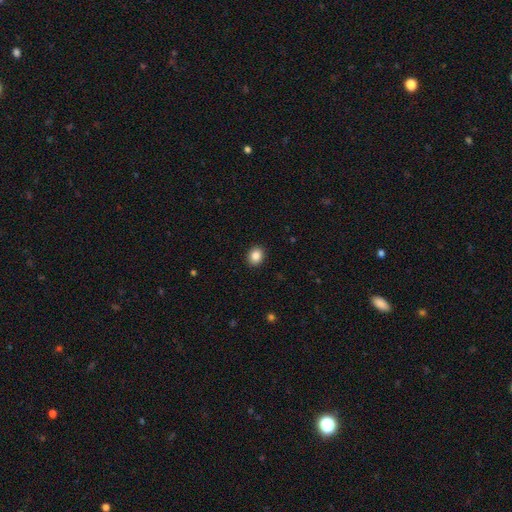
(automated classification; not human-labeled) A smooth galaxy with no disk features (86%) that is round (61%). Merging: none (91%).